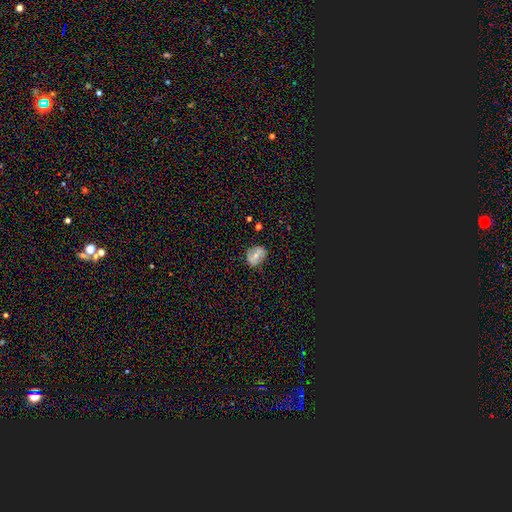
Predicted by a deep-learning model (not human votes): Overall: smooth (52%; featured or disk 34%). How rounded: round (54%; in between 45%). Merging: none (74%).